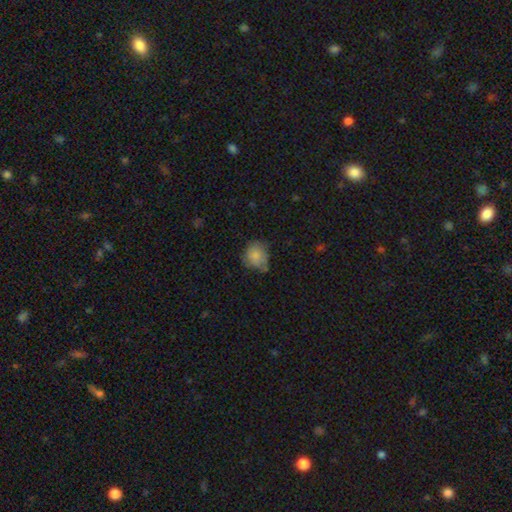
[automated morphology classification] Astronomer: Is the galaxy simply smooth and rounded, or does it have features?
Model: smooth — 81%.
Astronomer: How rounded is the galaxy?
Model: round — 67%.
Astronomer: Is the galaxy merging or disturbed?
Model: none — 54% (runner-up: minor disturbance, 33%).